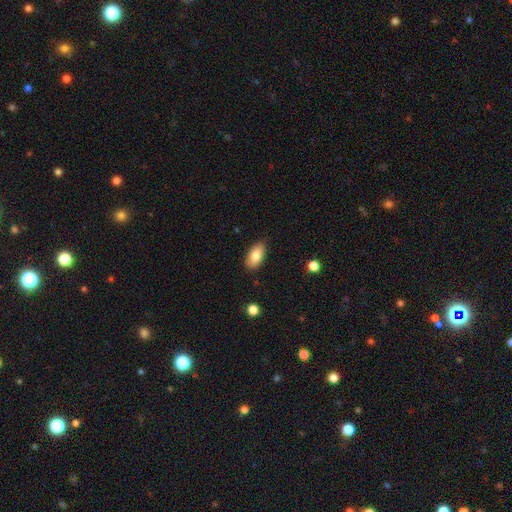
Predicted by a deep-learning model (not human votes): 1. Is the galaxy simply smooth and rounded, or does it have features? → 84% smooth, 9% featured or disk, 7% star or artifact.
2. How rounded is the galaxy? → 93% in between, 4% cigar-shaped, 3% round.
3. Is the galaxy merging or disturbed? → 84% none, 12% minor disturbance, 2% major disturbance, 1% merger.